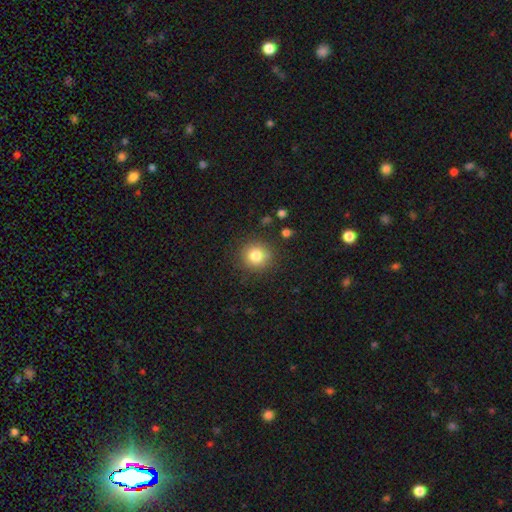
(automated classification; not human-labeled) Smooth or featured: smooth — 83% (star or artifact — 11%)
How rounded: round — 91% (in between — 8%)
Merging: none — 87% (minor disturbance — 9%)